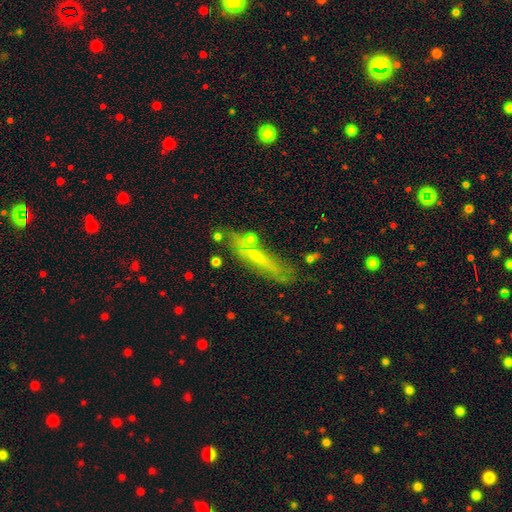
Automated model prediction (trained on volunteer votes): Smooth or featured?
  - smooth: 52% *
  - featured or disk: 38%
  - star or artifact: 10%
How rounded?
  - cigar-shaped: 84% *
  - in between: 14%
  - round: 2%
Merging?
  - none: 69% *
  - minor disturbance: 18%
  - major disturbance: 7%
  - merger: 6%